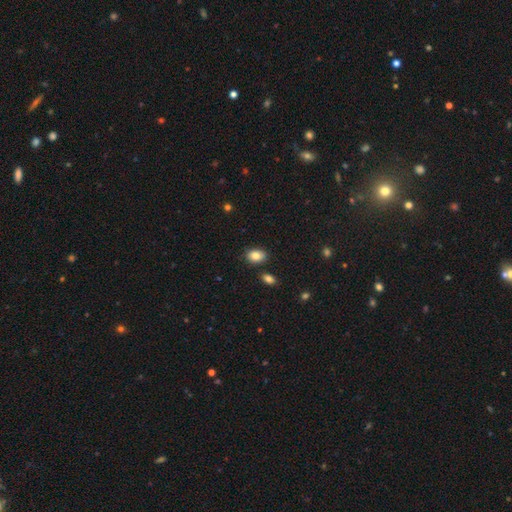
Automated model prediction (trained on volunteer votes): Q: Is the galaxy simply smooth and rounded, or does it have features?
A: smooth — 84%.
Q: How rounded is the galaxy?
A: in between — 81%.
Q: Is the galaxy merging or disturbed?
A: none — 83%.